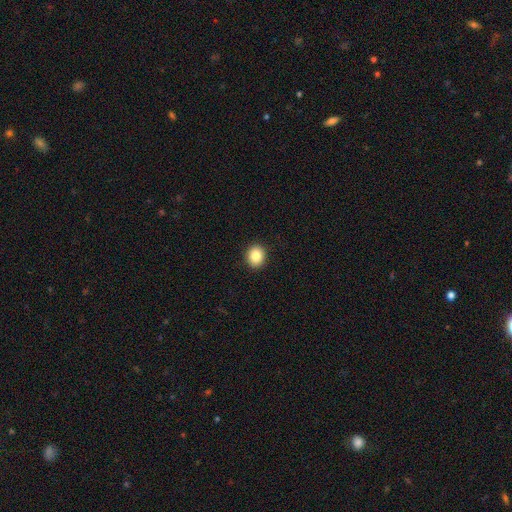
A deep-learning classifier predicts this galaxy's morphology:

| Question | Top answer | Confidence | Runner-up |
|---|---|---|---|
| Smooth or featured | smooth | 86% | star or artifact (9%) |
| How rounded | round | 68% | in between (31%) |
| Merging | none | 92% | minor disturbance (6%) |